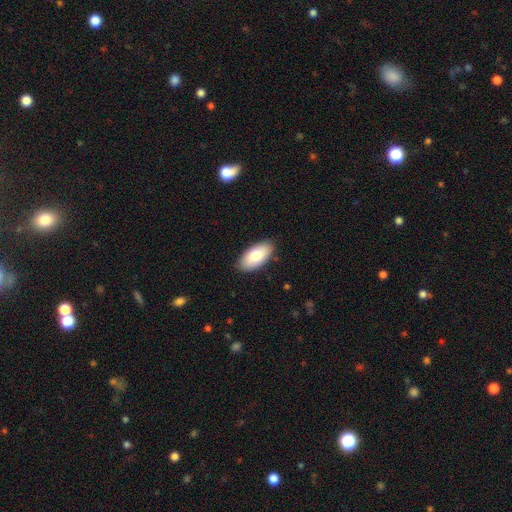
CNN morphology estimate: smooth_or_featured: smooth (p=0.80) [alt: featured or disk p=0.14]
how_rounded: in between (p=0.94) [alt: cigar-shaped p=0.04]
merging: none (p=0.87) [alt: minor disturbance p=0.10]